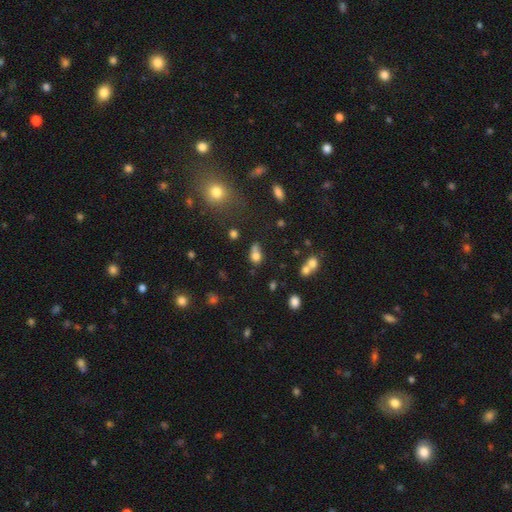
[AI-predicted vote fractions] This appears to be a smooth galaxy with no disk features (74%) that is in between round and cigar-shaped (50%). Merging: merger (37%).